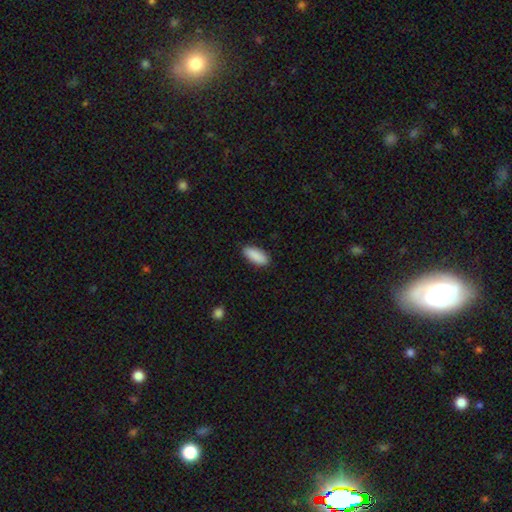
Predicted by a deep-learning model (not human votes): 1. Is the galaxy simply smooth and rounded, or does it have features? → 90% smooth, 6% star or artifact, 4% featured or disk.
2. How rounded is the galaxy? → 83% in between, 15% cigar-shaped, 2% round.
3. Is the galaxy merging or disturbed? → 89% none, 9% minor disturbance, 2% major disturbance, 1% merger.